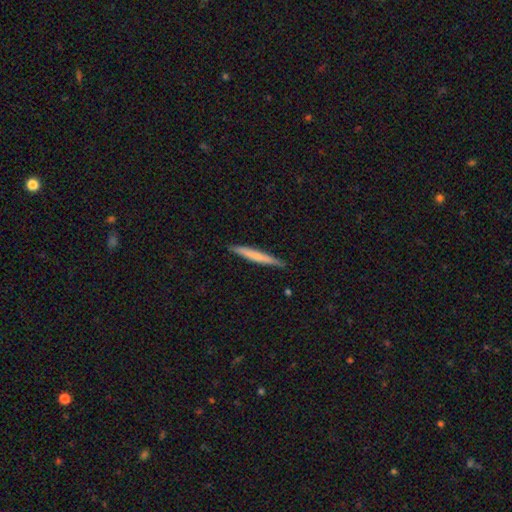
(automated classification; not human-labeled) This is likely a smooth galaxy (65%). How rounded: clearly cigar-shaped (96%). Merging: clearly none (89%).